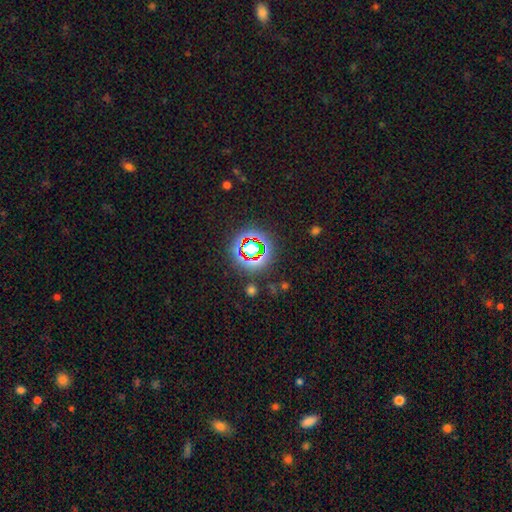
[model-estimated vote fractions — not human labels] smooth_or_featured: star or artifact (p=0.65) [alt: smooth p=0.23]